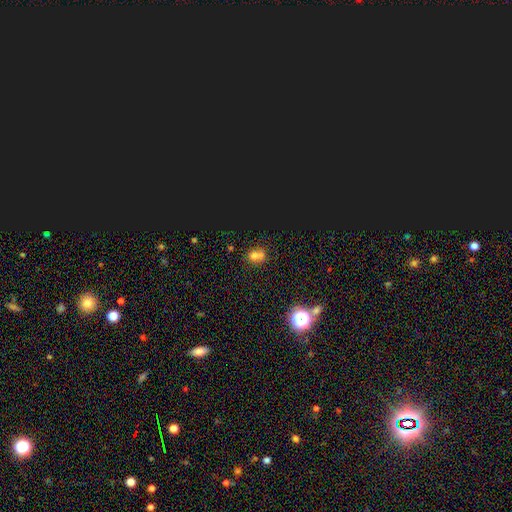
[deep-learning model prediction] Smooth or featured? smooth (60%)
How rounded? round (70%)
Merging? merger (48%)